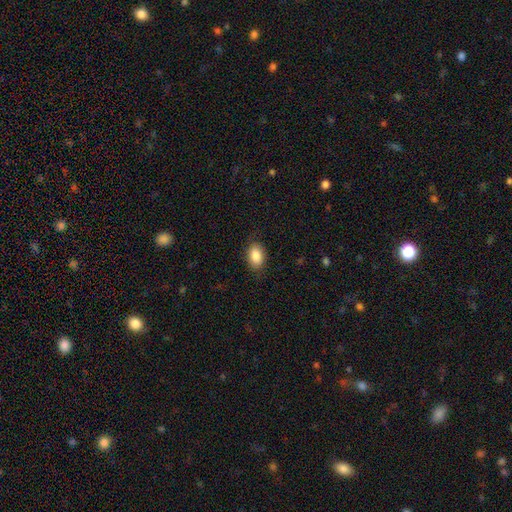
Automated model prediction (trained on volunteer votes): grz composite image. It shows a smooth galaxy with no disk features (86%) that is in between round and cigar-shaped (88%). Merging: none (85%).